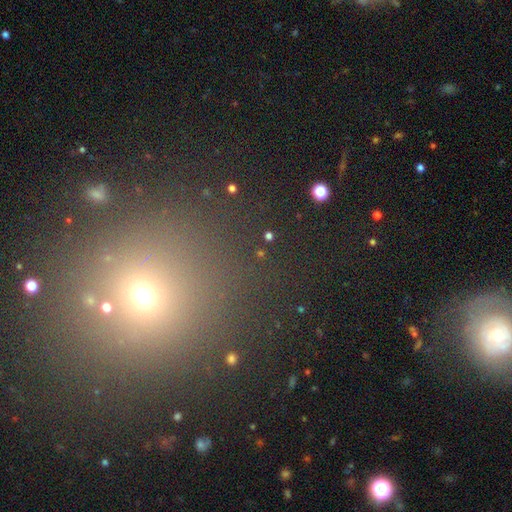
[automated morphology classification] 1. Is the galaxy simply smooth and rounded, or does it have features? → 45% star or artifact (tied), 45% smooth (tied), 10% featured or disk.